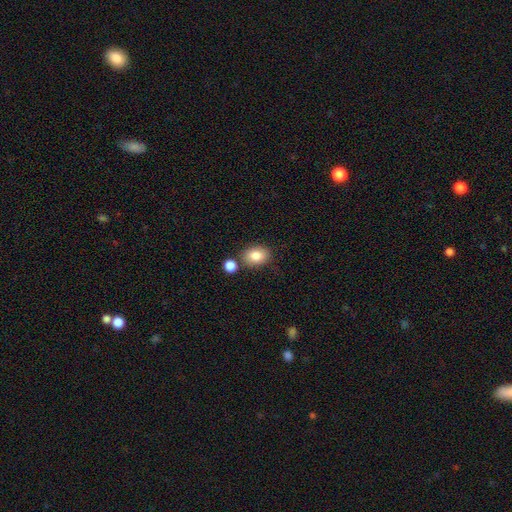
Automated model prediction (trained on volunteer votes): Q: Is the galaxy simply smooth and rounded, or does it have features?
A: smooth — 85%.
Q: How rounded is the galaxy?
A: in between — 67%.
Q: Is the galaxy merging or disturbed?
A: none — 73%.